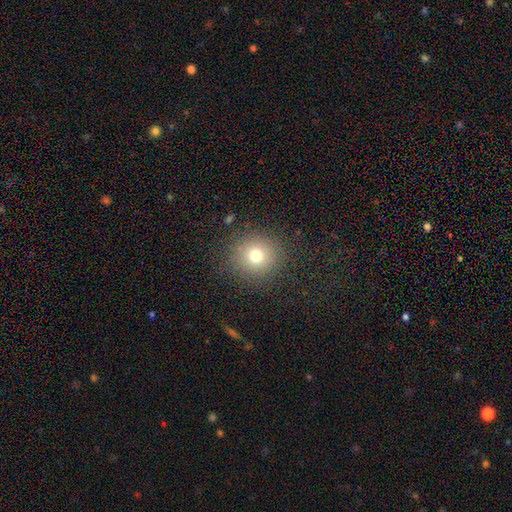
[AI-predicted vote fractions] smooth 73%, star or artifact 17%, featured or disk 11%. Down the decision tree: how rounded — round (93%); merging — none (87%).